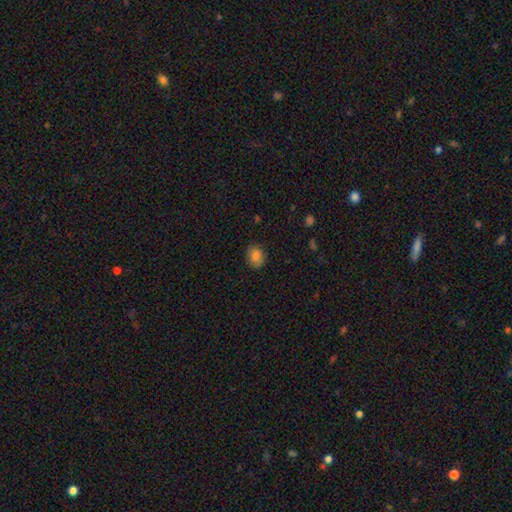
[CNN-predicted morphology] This is clearly a smooth galaxy (84%). How rounded: possibly in between (55%). Merging: clearly none (82%).